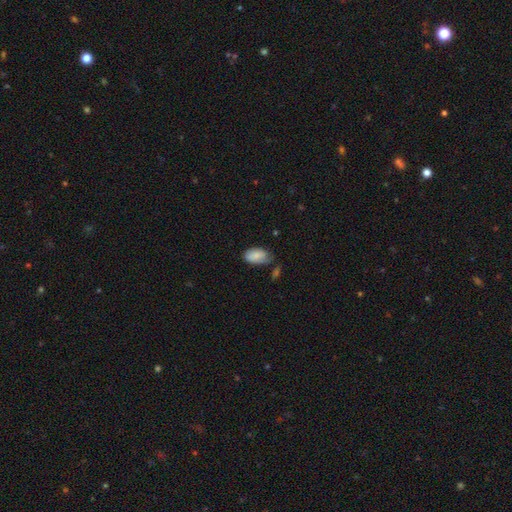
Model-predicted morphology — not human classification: smooth 82%, featured or disk 11%, star or artifact 7%. Down the decision tree: how rounded — in between (94%); merging — none (53%).